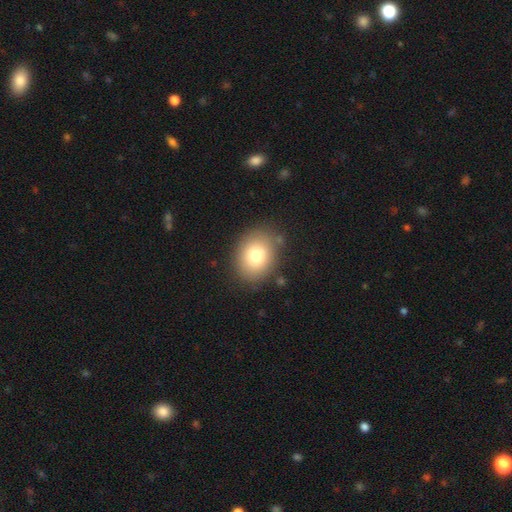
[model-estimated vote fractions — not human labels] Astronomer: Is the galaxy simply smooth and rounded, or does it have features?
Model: smooth — 78%.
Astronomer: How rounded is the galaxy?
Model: in between — 54% (runner-up: round, 45%).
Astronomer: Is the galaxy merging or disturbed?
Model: none — 82%.